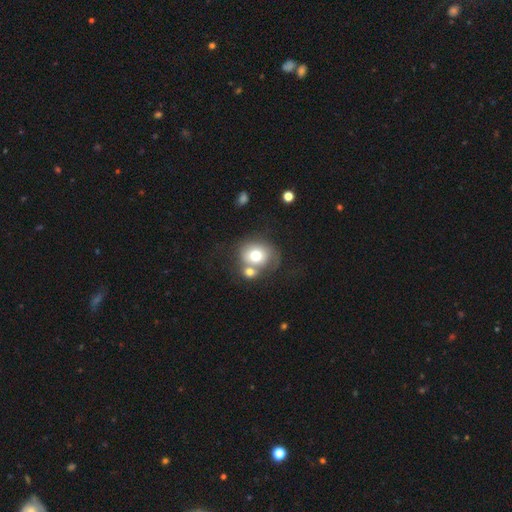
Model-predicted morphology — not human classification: This is likely a smooth galaxy (67%). How rounded: likely round (72%). Merging: marginally merger (39%).